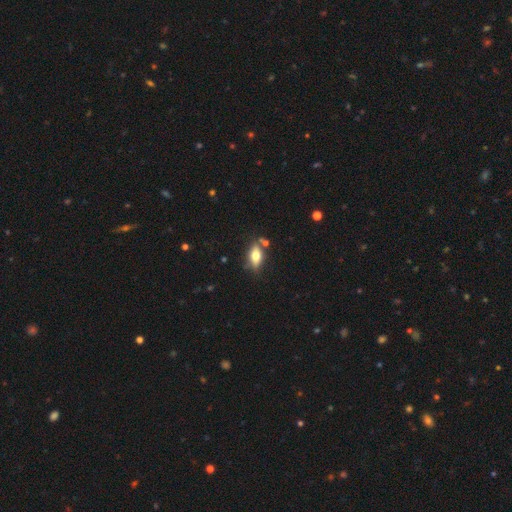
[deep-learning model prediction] smooth_or_featured: smooth (p=0.64) [alt: featured or disk p=0.28]
how_rounded: in between (p=0.82) [alt: cigar-shaped p=0.13]
merging: none (p=0.72) [alt: minor disturbance p=0.15]